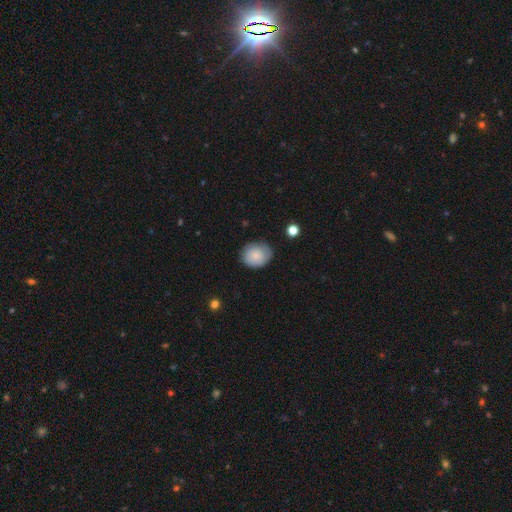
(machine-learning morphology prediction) Smooth or featured?
  - smooth: 79% *
  - featured or disk: 13%
  - star or artifact: 7%
How rounded?
  - round: 63% *
  - in between: 37%
  - cigar-shaped: 1%
Merging?
  - none: 70% *
  - minor disturbance: 23%
  - major disturbance: 5%
  - merger: 1%